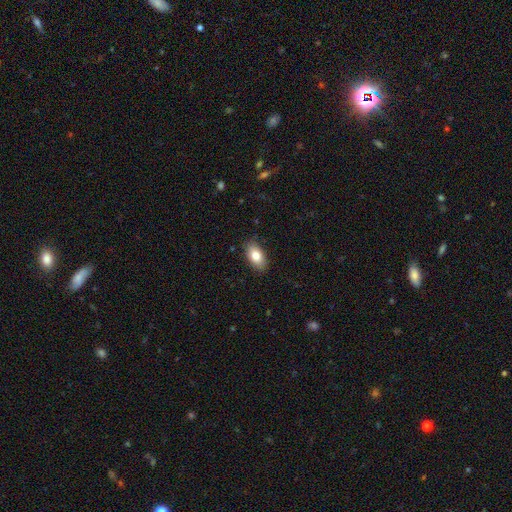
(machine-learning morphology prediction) The model was most divided on "smooth or featured": smooth: 81%, featured or disk: 11%, star or artifact: 7%. More confident: how rounded — in between (92%); merging — none (87%).